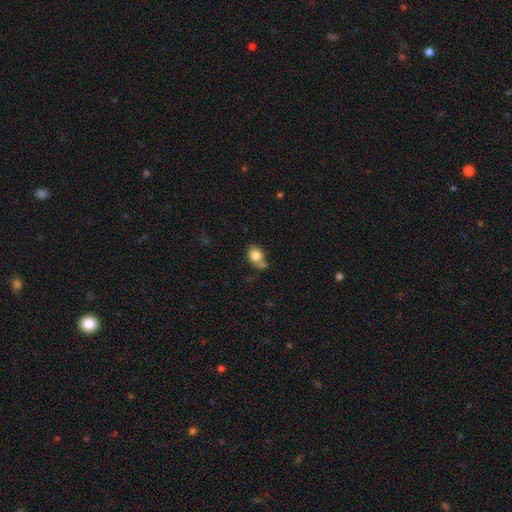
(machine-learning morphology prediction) smooth_or_featured: smooth (p=0.80) [alt: featured or disk p=0.10]
how_rounded: in between (p=0.50) [alt: round p=0.49]
merging: none (p=0.49) [alt: minor disturbance p=0.22]